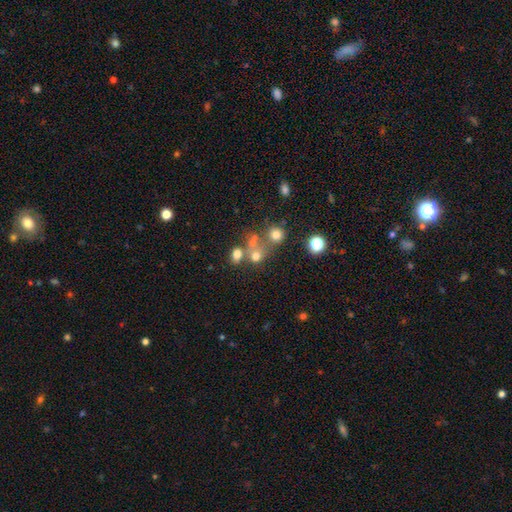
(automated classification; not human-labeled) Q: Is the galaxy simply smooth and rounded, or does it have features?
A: smooth — 66%.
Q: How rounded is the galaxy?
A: round — 69%.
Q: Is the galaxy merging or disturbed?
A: none — 48%.